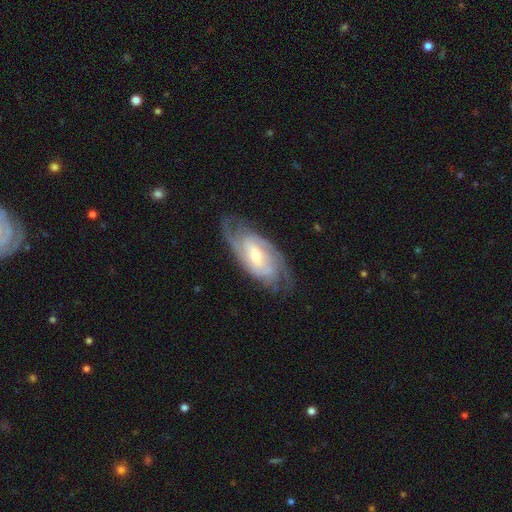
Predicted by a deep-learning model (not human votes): smooth-or-featured: featured or disk: 85% | smooth: 10% | star or artifact: 5%
  disk-edge-on: no: 93% | yes: 7%
    bar: weak: 44% | no: 37% | strong: 18%
    has-spiral-arms: yes: 95% | no: 5%
      spiral-winding: tight: 52% | medium: 38% | loose: 11%
      spiral-arm-count: 2: 42% | can't tell: 25% | 3: 18% | 4: 7% | 1: 4% | more than 4: 4%
    bulge-size: small: 50% | moderate: 45% | large: 3% | none: 1% | dominant: 1%
  merging: none: 73% | minor disturbance: 18% | major disturbance: 7% | merger: 1%